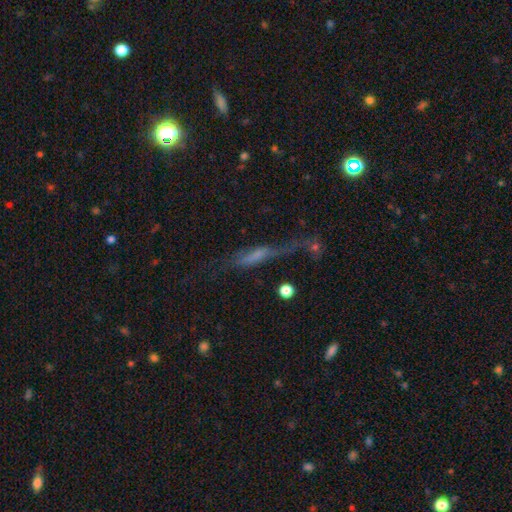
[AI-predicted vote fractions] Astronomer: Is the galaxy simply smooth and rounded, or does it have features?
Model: featured or disk — 45% (runner-up: smooth, 41%).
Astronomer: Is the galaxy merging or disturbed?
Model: none — 38% (runner-up: major disturbance, 30%).